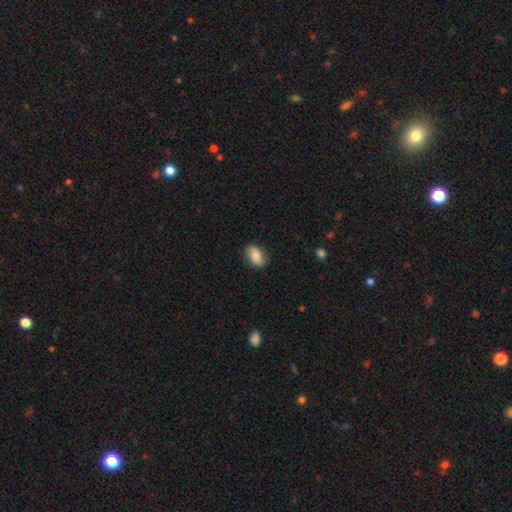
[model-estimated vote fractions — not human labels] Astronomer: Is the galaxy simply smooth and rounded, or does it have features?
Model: smooth — 78%.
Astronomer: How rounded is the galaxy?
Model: in between — 83%.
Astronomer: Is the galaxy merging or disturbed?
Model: none — 83%.